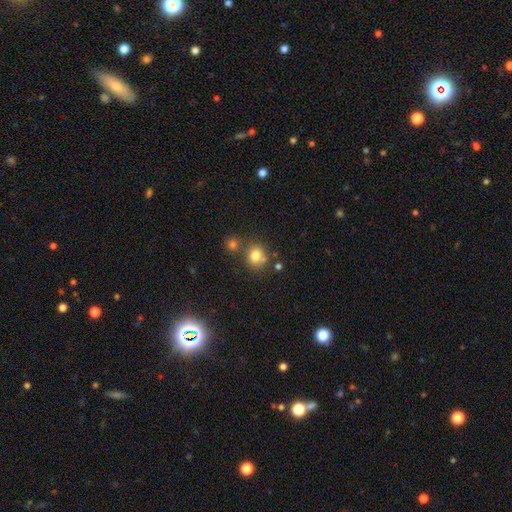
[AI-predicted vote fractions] smooth 78%, star or artifact 13%, featured or disk 9%. Down the decision tree: how rounded — round (80%); merging — none (63%).